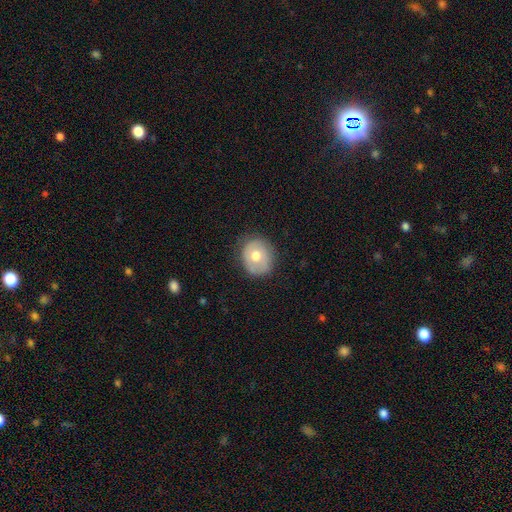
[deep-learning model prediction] The model was most divided on "smooth or featured": smooth: 60%, featured or disk: 33%, star or artifact: 8%. More confident: merging — none (76%); how rounded — round (72%).